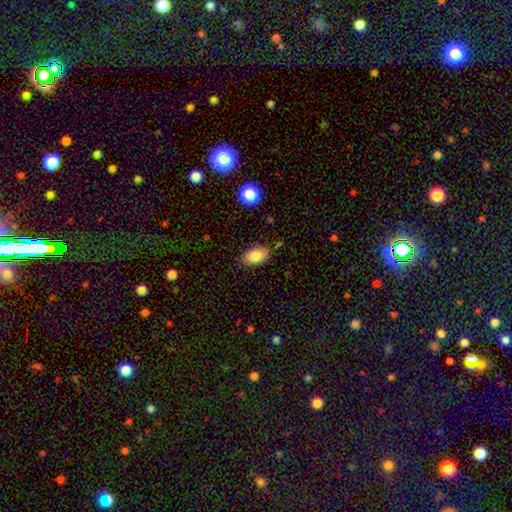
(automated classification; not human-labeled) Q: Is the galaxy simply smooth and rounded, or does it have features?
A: smooth — 83%.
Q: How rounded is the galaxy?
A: in between — 92%.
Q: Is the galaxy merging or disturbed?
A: none — 84%.